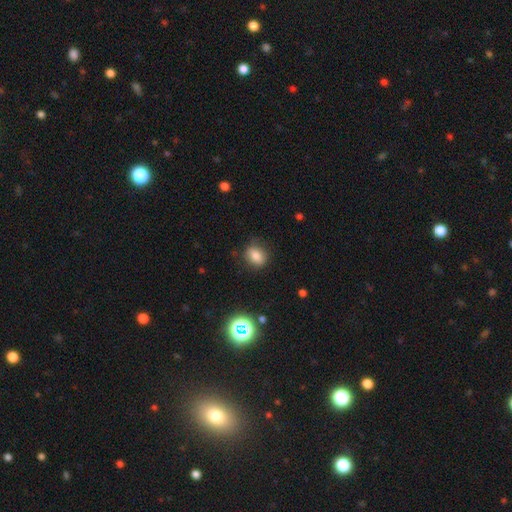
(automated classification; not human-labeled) This appears to be a smooth galaxy with no disk features (80%) that is in between round and cigar-shaped (50%). Merging: none (80%).